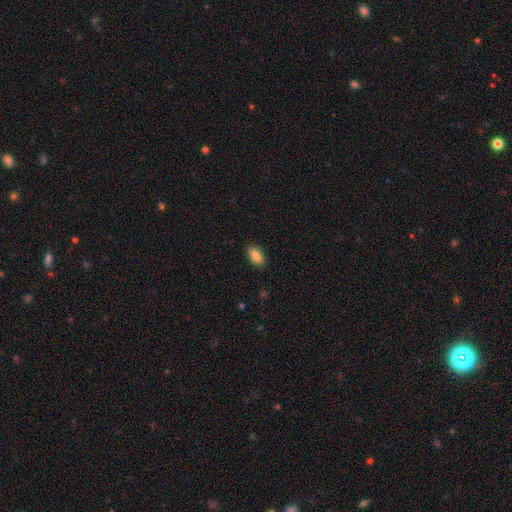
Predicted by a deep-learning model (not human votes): smooth 85%, star or artifact 8%, featured or disk 7%. Down the decision tree: how rounded — in between (91%); merging — none (90%).